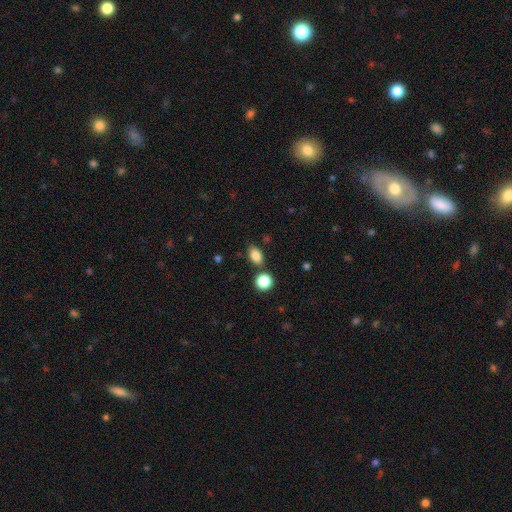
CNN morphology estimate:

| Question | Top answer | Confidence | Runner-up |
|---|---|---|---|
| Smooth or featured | smooth | 85% | star or artifact (10%) |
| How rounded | in between | 82% | round (16%) |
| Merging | none | 76% | minor disturbance (12%) |